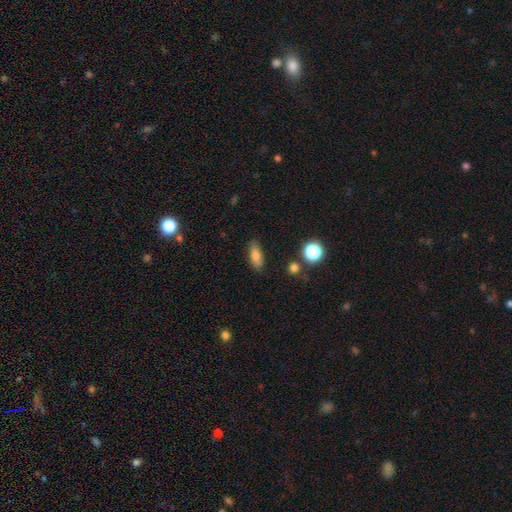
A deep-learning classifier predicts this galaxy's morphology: Smooth or featured: smooth — 75% (featured or disk — 15%)
How rounded: in between — 69% (cigar-shaped — 26%)
Merging: none — 84% (minor disturbance — 11%)